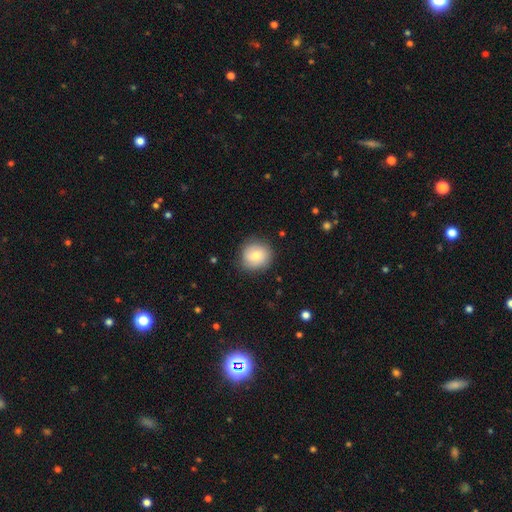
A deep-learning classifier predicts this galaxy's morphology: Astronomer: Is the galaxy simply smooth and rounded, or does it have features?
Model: smooth — 77%.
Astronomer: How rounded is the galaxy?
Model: round — 89%.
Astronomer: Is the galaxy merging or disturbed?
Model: none — 83%.